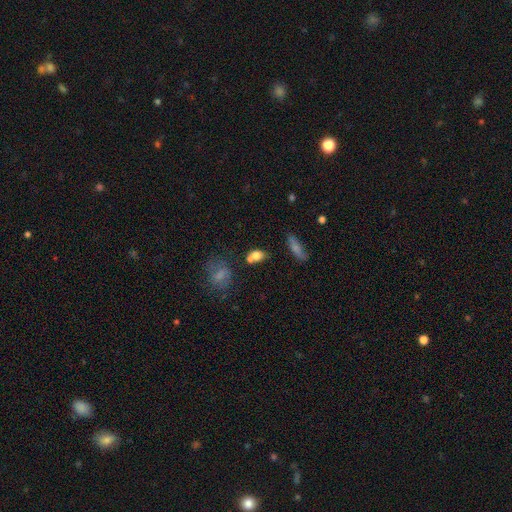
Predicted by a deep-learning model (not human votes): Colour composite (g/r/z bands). It shows a smooth galaxy with no disk features (74%) that is in between round and cigar-shaped (66%). Merging: none (48%).